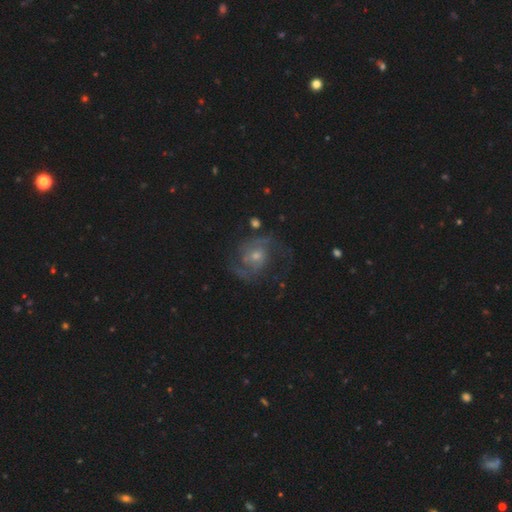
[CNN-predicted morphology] A featured or disk galaxy (80%) with no bar (61%), 2 (80%) medium (52%) spiral arms (94%) and a small central bulge (54%).

Vote fractions:
- Smooth or featured? featured or disk: 80% / star or artifact: 10% / smooth: 10%
- Edge-on disk? no: 97% / yes: 3%
- Bar? no: 61% / weak: 32% / strong: 7%
- Spiral arms? yes: 94% / no: 6%
- Spiral winding? medium: 52% / loose: 27% / tight: 21%
- Spiral arm count? 2: 80% / can't tell: 9% / 3: 5% / 1: 3% / 4: 2% / more than 4: 2%
- Bulge size? small: 54% / moderate: 39% / large: 3% / none: 2% / dominant: 1%
- Merging? none: 68% / minor disturbance: 16% / major disturbance: 14% / merger: 2%